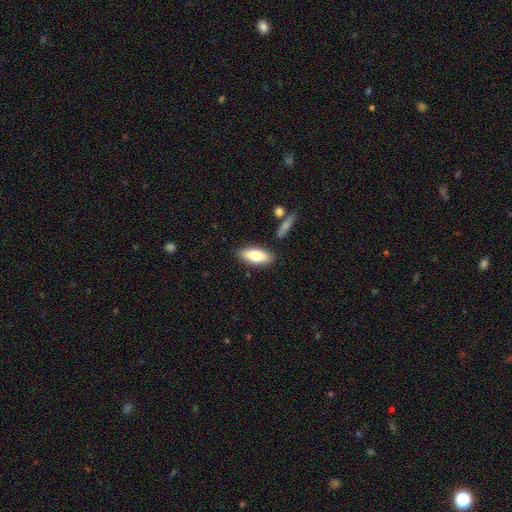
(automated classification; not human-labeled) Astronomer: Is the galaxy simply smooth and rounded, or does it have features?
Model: smooth — 81%.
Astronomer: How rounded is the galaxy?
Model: in between — 80%.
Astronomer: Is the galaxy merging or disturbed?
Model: none — 84%.